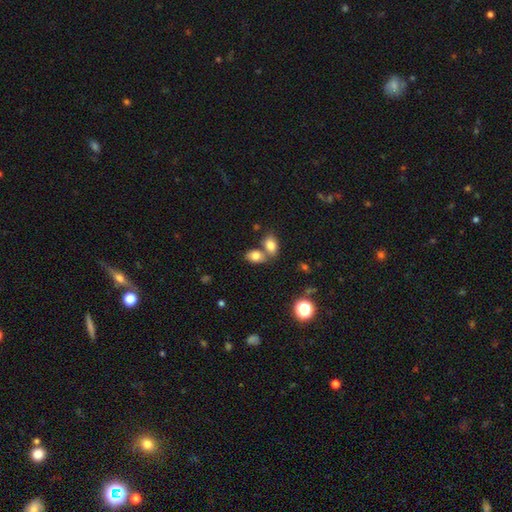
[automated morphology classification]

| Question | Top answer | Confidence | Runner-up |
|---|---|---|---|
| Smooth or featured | smooth | 79% | featured or disk (10%) |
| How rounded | in between | 82% | round (16%) |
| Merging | none | 46% | merger (42%) |